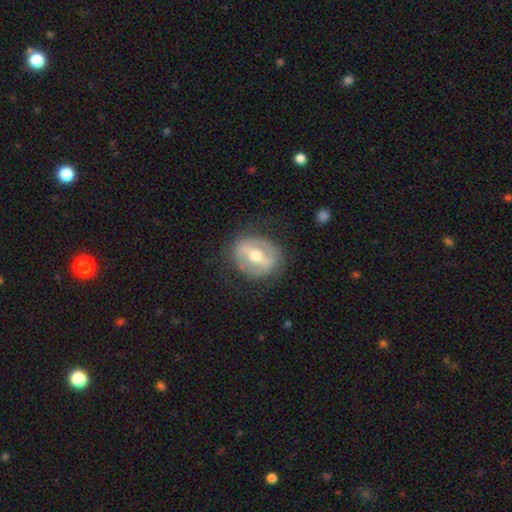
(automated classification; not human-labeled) Smooth or featured? featured or disk (64%)
Edge-on disk? no (92%)
Bar? strong (56%)
Spiral arms? no (72%)
Bulge size? moderate (71%)
Merging? none (79%)